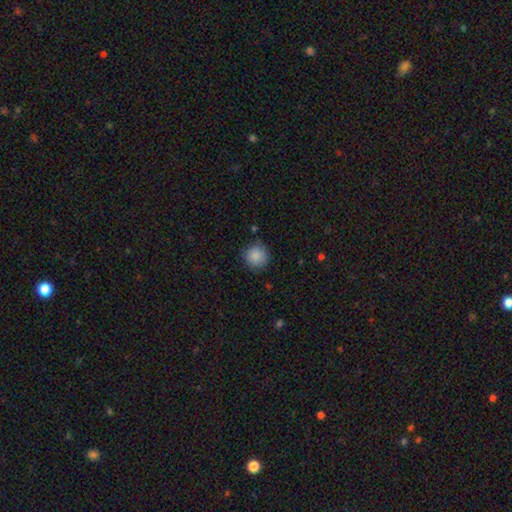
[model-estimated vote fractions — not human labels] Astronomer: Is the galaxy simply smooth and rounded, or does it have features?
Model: smooth — 88%.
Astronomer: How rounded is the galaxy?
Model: round — 93%.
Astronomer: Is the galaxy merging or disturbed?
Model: none — 83%.